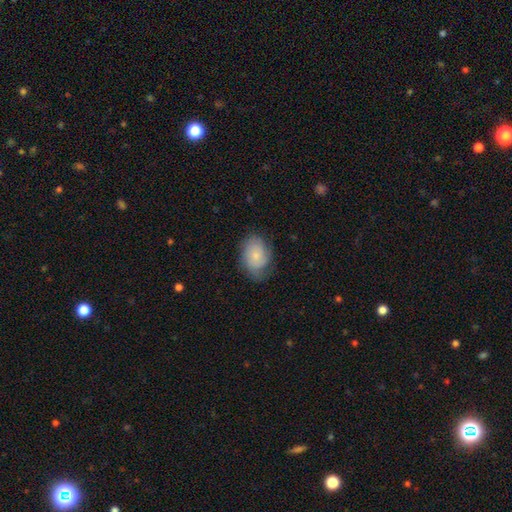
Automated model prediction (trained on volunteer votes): This appears to be a smooth galaxy with no disk features (66%) that is in between round and cigar-shaped (76%). Merging: none (62%).